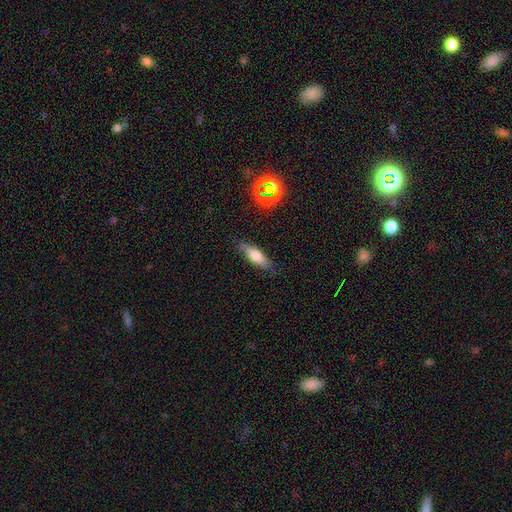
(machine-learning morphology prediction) smooth_or_featured: smooth (p=0.66) [alt: featured or disk p=0.25]
how_rounded: cigar-shaped (p=0.51) [alt: in between p=0.47]
merging: none (p=0.81) [alt: minor disturbance p=0.14]